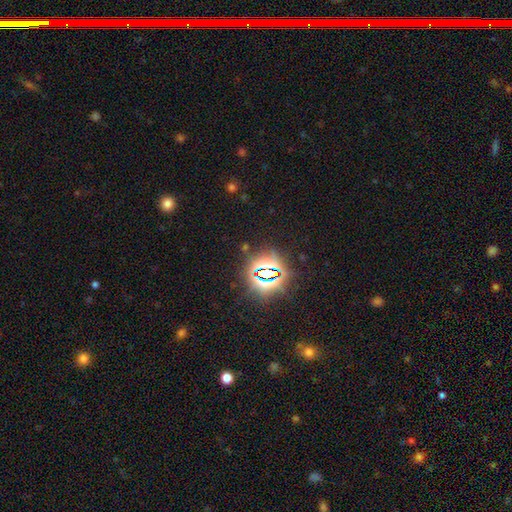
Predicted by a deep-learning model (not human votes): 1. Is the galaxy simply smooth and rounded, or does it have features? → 80% star or artifact, 12% smooth, 7% featured or disk.